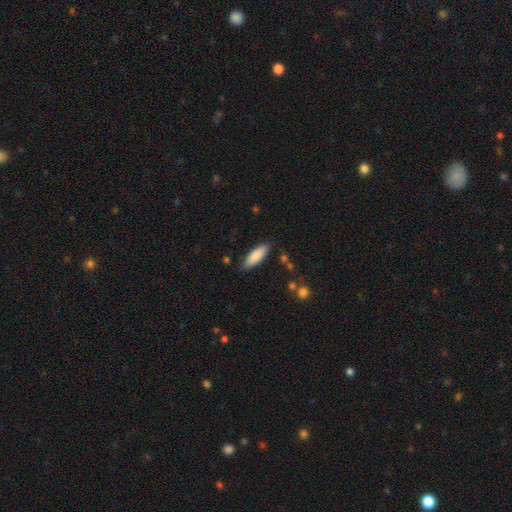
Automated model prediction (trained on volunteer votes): Smooth or featured?
  - smooth: 86% *
  - featured or disk: 8%
  - star or artifact: 6%
How rounded?
  - in between: 59% *
  - cigar-shaped: 40%
  - round: 1%
Merging?
  - none: 85% *
  - minor disturbance: 11%
  - major disturbance: 2%
  - merger: 2%